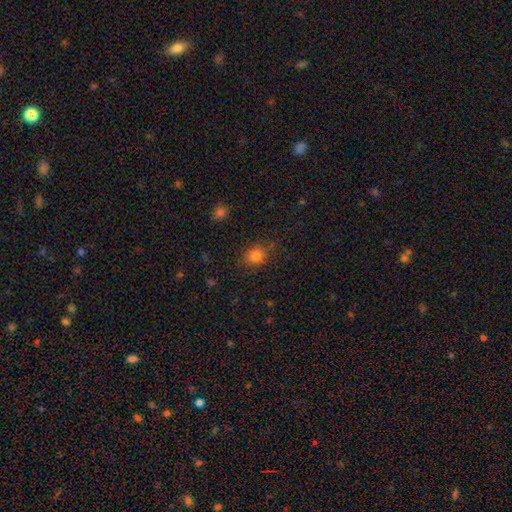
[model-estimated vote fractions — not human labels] This is clearly a smooth galaxy (80%). How rounded: possibly round (53%). Merging: likely none (78%).